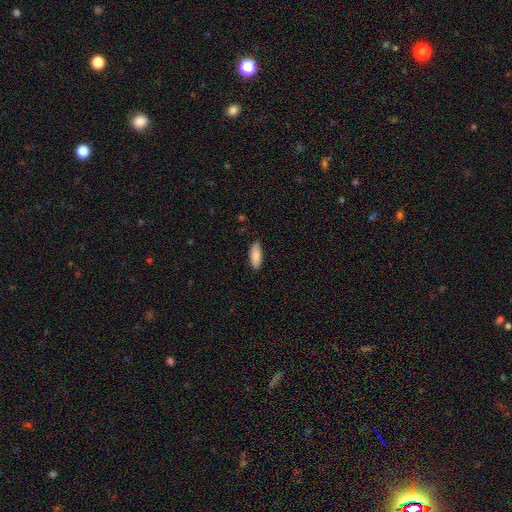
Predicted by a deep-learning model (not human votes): This appears to be a smooth galaxy with no disk features (89%) that is in between round and cigar-shaped (76%). Merging: none (84%).